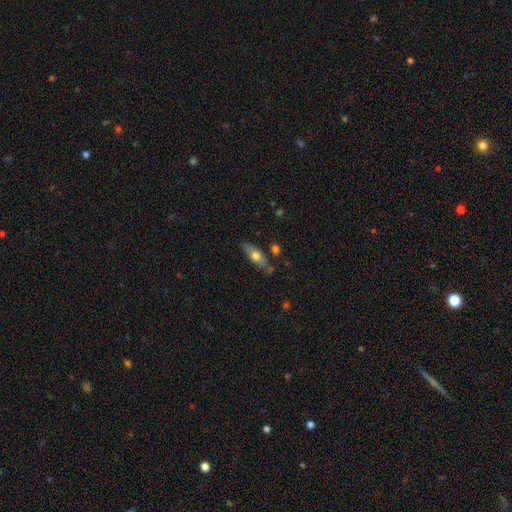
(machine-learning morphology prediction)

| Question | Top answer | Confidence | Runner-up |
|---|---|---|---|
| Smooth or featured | smooth | 60% | featured or disk (34%) |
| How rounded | in between | 60% | cigar-shaped (37%) |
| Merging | none | 73% | minor disturbance (17%) |